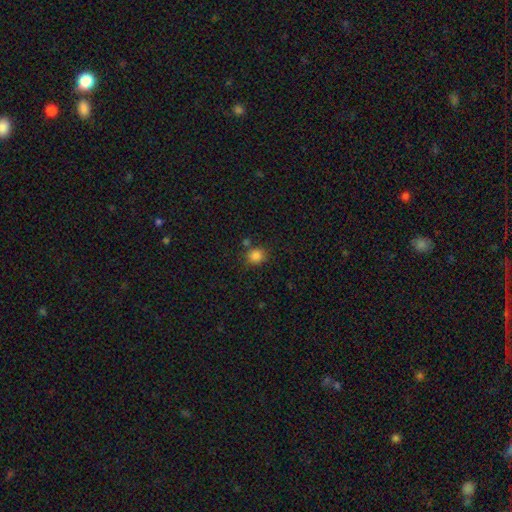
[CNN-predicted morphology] Q: Smooth or featured?
A: smooth (85%); runner-up: star or artifact (11%)
Q: How rounded?
A: round (77%); runner-up: in between (22%)
Q: Merging?
A: none (76%); runner-up: minor disturbance (12%)